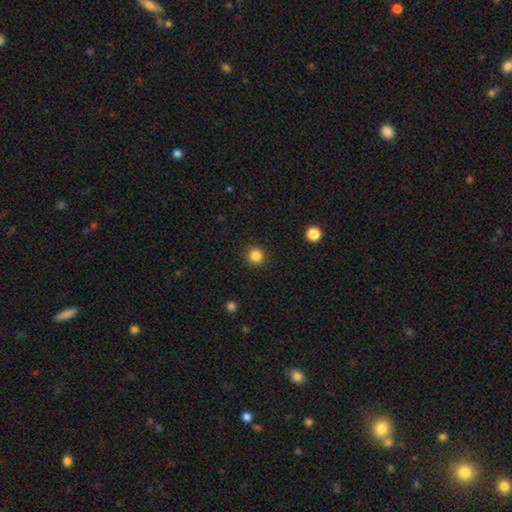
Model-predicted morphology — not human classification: Smooth or featured? Predicted: smooth (p=0.84). How rounded? Predicted: round (p=0.94). Merging? Predicted: none (p=0.92).